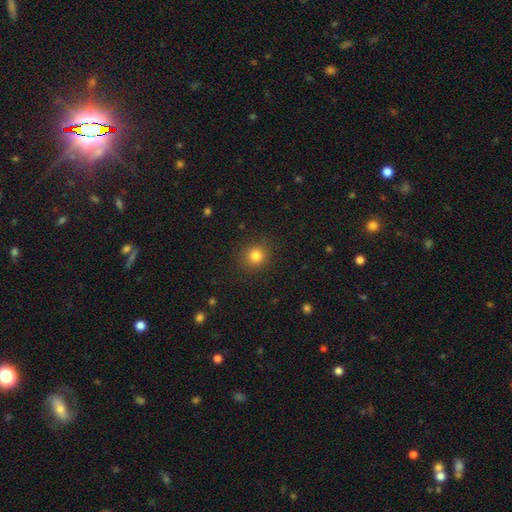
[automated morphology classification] Q: Smooth or featured?
A: smooth (82%); runner-up: star or artifact (12%)
Q: How rounded?
A: round (89%); runner-up: in between (10%)
Q: Merging?
A: none (88%); runner-up: minor disturbance (8%)